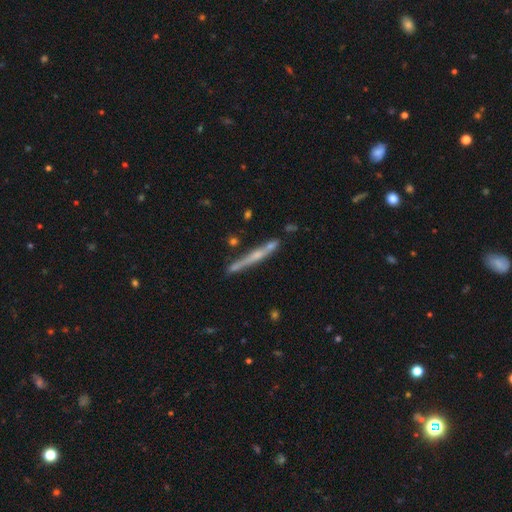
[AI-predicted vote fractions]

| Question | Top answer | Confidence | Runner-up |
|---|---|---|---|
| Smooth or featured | featured or disk | 62% | smooth (31%) |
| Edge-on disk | yes | 95% | no (5%) |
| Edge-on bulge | rounded | 46% | none (45%) |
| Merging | none | 75% | minor disturbance (14%) |